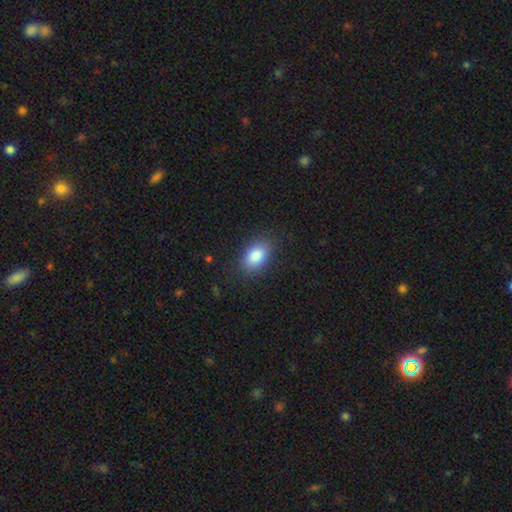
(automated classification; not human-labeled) This is clearly a smooth galaxy (86%). How rounded: clearly in between (90%). Merging: clearly none (85%).